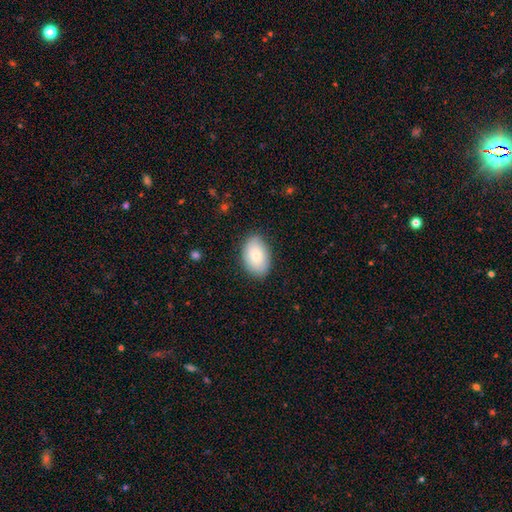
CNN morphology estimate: type=smooth (79%); roundness=in between (88%); merging=none (84%).